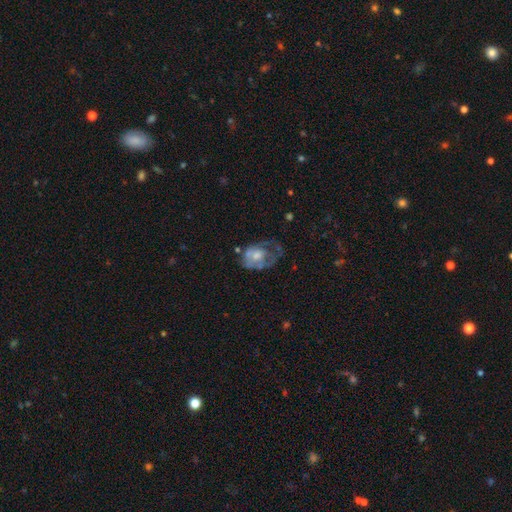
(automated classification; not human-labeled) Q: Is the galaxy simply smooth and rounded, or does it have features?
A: featured or disk — 56%.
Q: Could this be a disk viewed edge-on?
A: no — 96%.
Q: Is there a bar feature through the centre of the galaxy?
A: no — 82%.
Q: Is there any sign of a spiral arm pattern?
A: no — 63%.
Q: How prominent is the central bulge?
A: moderate — 48%.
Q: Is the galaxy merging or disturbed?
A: major disturbance — 41%.